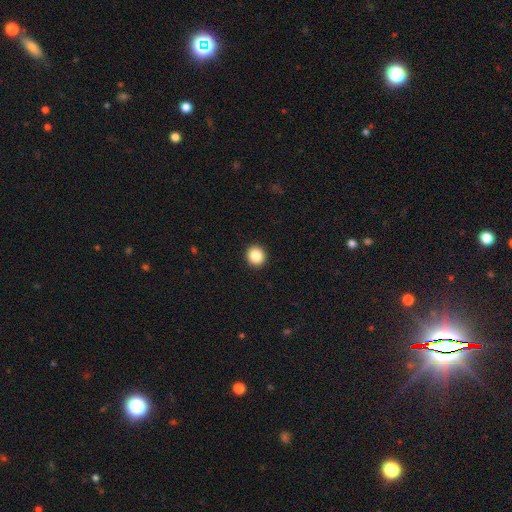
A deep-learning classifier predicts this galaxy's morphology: smooth 86%, star or artifact 9%, featured or disk 4%. Down the decision tree: how rounded — round (91%); merging — none (93%).